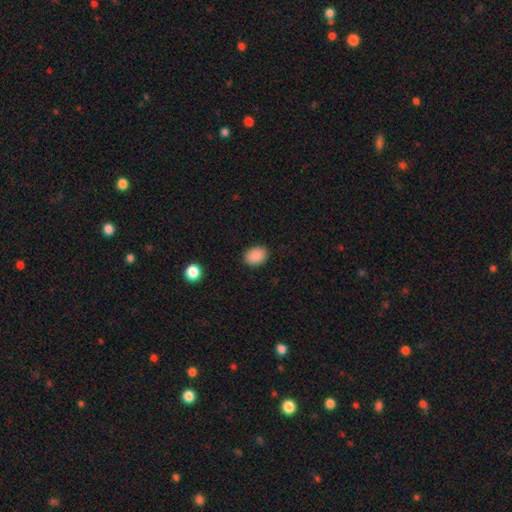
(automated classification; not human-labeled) Smooth or featured?
  - smooth: 89% *
  - star or artifact: 8%
  - featured or disk: 3%
How rounded?
  - in between: 64% *
  - round: 35%
  - cigar-shaped: 1%
Merging?
  - none: 87% *
  - minor disturbance: 10%
  - major disturbance: 2%
  - merger: 1%